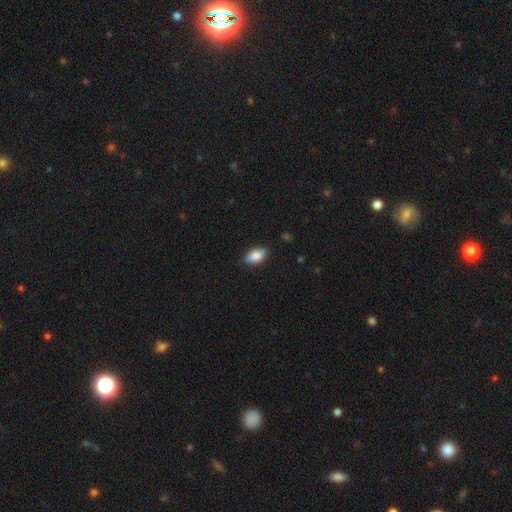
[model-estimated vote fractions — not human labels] Smooth or featured?
  - smooth: 85% *
  - featured or disk: 8%
  - star or artifact: 7%
How rounded?
  - in between: 92% *
  - cigar-shaped: 4%
  - round: 4%
Merging?
  - none: 86% *
  - minor disturbance: 11%
  - major disturbance: 2%
  - merger: 1%